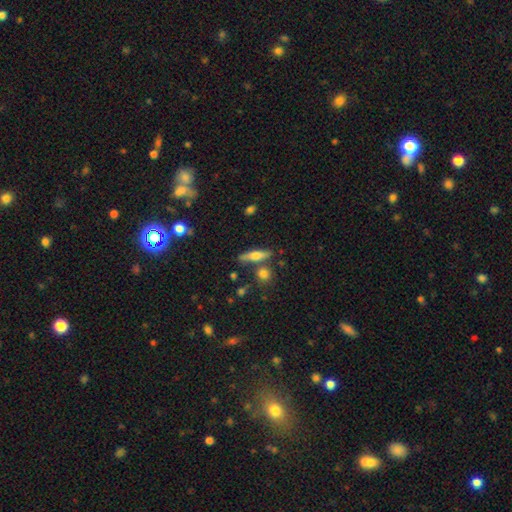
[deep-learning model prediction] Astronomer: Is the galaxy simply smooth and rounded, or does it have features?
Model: smooth — 50% (runner-up: featured or disk, 42%).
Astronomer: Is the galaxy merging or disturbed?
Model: none — 75%.